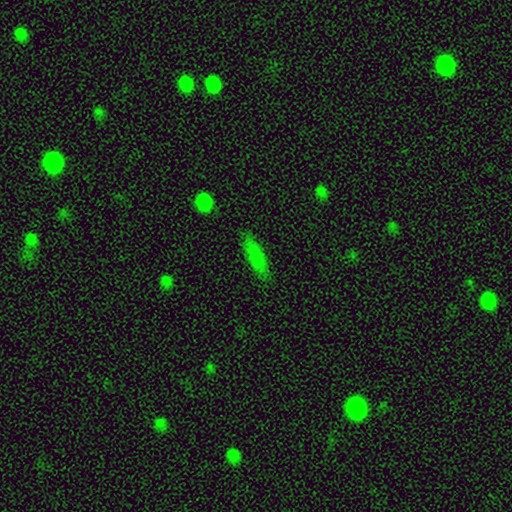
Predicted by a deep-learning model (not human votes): smooth_or_featured: smooth (p=0.75) [alt: star or artifact p=0.13]
how_rounded: cigar-shaped (p=0.56) [alt: in between p=0.41]
merging: none (p=0.82) [alt: minor disturbance p=0.13]